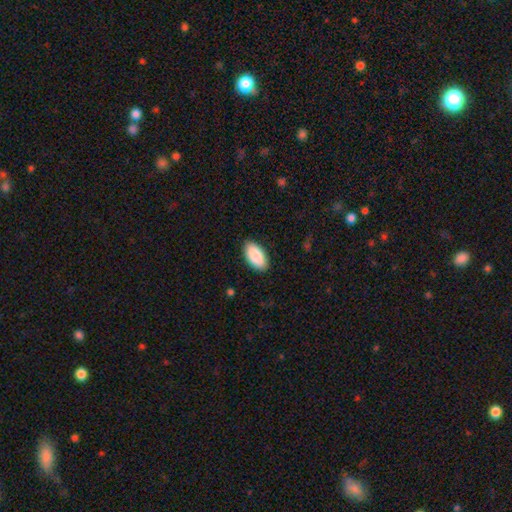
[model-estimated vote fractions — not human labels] smooth-or-featured: smooth: 89% | star or artifact: 6% | featured or disk: 5%
  how-rounded: in between: 95% | cigar-shaped: 2% | round: 2%
  merging: none: 89% | minor disturbance: 8% | major disturbance: 2% | merger: 1%